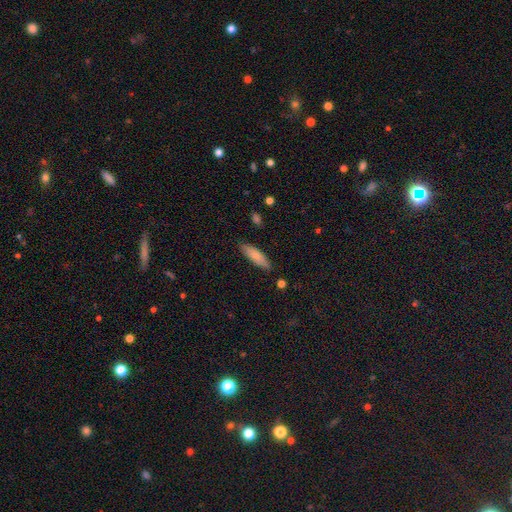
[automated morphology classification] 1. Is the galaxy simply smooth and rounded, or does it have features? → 76% smooth, 18% featured or disk, 6% star or artifact.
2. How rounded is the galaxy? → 56% cigar-shaped, 42% in between, 2% round.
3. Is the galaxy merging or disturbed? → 85% none, 11% minor disturbance, 2% major disturbance, 1% merger.